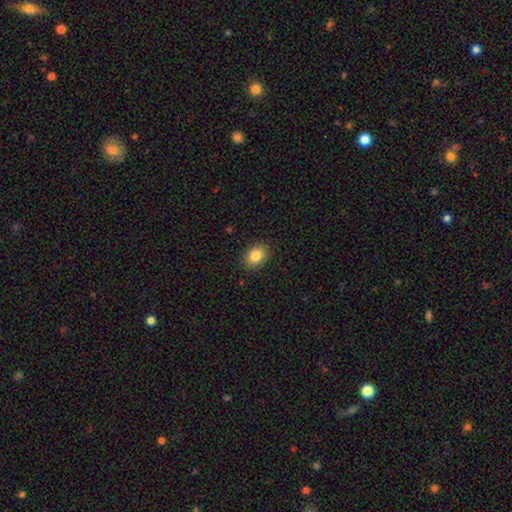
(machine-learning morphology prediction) A smooth galaxy with no disk features (85%) that is in between round and cigar-shaped (75%). Merging: none (88%).